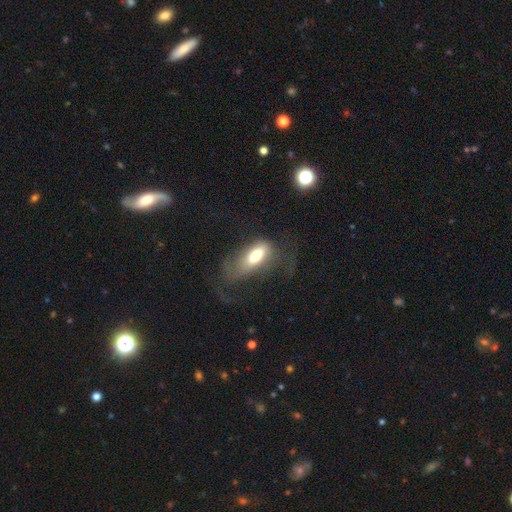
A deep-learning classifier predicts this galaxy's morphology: This appears to be a smooth galaxy with no disk features (61%) that is in between round and cigar-shaped (78%). Merging: major disturbance (39%).